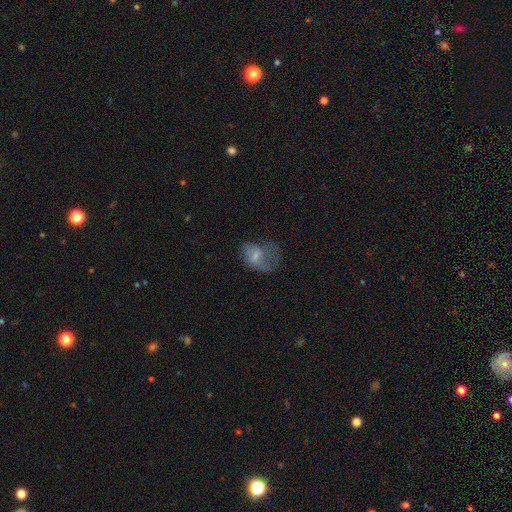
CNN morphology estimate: Smooth or featured: smooth — 48% (featured or disk — 43%)
Merging: major disturbance — 42% (none — 28%)